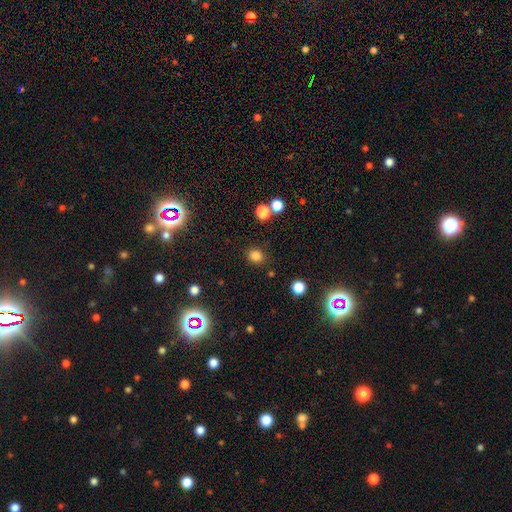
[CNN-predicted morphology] smooth 81%, star or artifact 14%, featured or disk 4%. Down the decision tree: how rounded — round (71%); merging — none (85%).